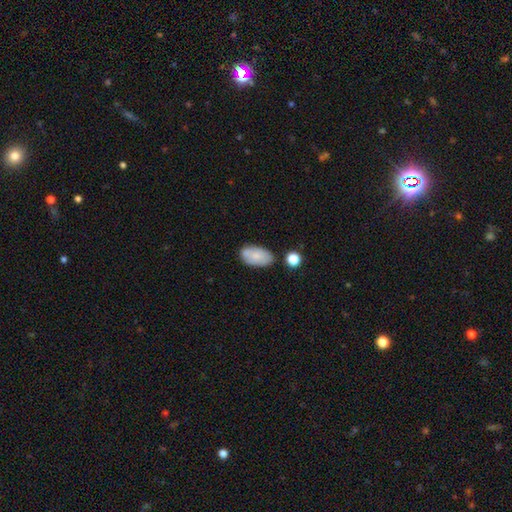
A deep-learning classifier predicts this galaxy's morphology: smooth-or-featured: smooth: 74% | featured or disk: 18% | star or artifact: 8%
  how-rounded: in between: 94% | round: 4% | cigar-shaped: 2%
  merging: none: 65% | minor disturbance: 21% | merger: 9% | major disturbance: 5%